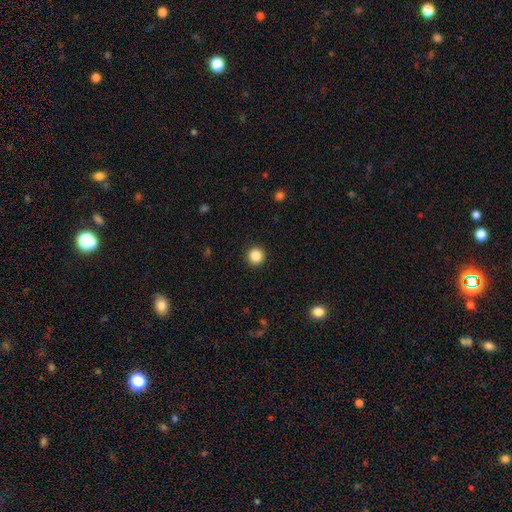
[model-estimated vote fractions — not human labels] Q: Smooth or featured?
A: smooth (87%); runner-up: star or artifact (10%)
Q: How rounded?
A: round (95%); runner-up: in between (4%)
Q: Merging?
A: none (93%); runner-up: minor disturbance (4%)